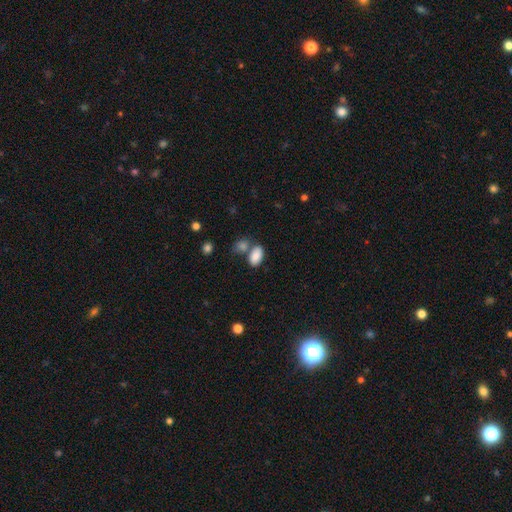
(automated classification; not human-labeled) Overall: smooth (87%). How rounded: in between (92%). Merging: none (51%; merger 31%).